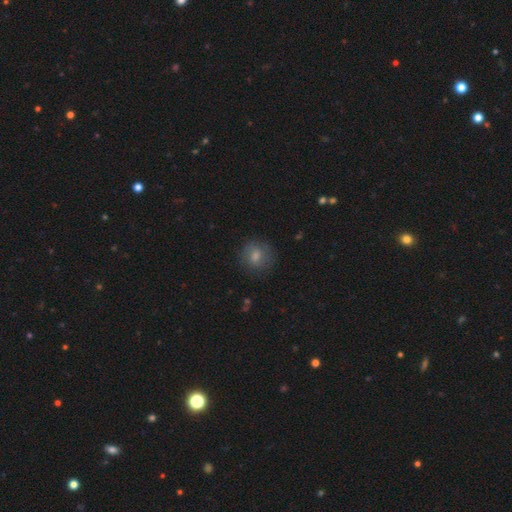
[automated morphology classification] Smooth or featured: smooth — 69% (featured or disk — 21%)
How rounded: round — 74% (in between — 25%)
Merging: none — 77% (minor disturbance — 15%)